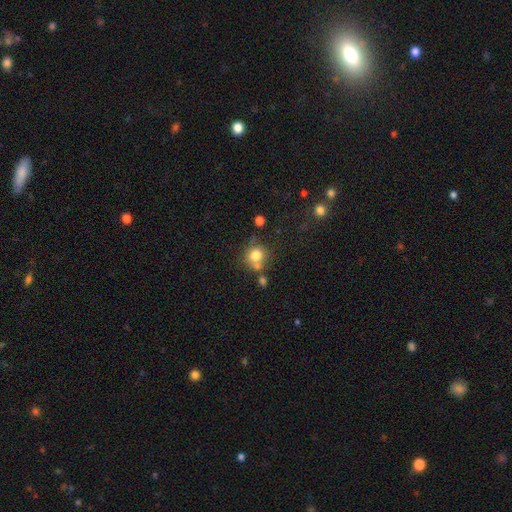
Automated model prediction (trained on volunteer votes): smooth 77%, star or artifact 12%, featured or disk 11%. Down the decision tree: how rounded — round (84%); merging — none (55%).